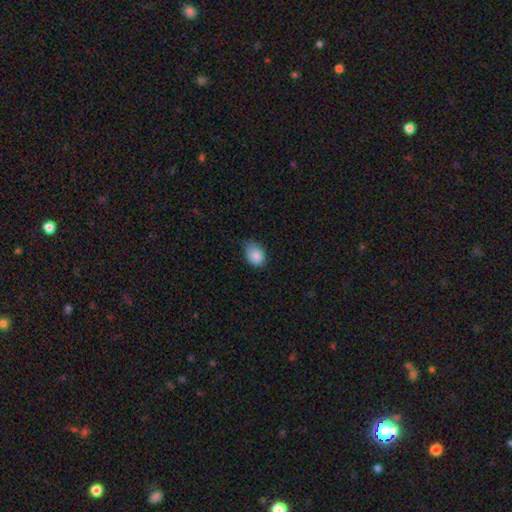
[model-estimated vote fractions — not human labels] A smooth galaxy with no disk features (87%) that is in between round and cigar-shaped (69%). Merging: none (52%).